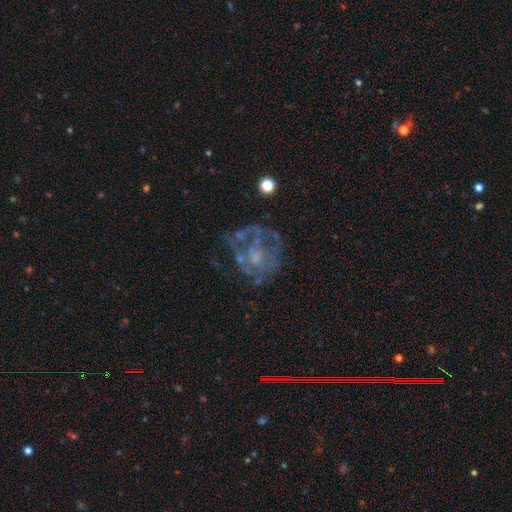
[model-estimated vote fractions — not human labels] Smooth or featured? Predicted: featured or disk (p=0.66). Edge-on disk? Predicted: no (p=0.98). Bar? Predicted: no (p=0.83). Spiral arms? Predicted: no (p=0.73). Bulge size? Predicted: small (p=0.34). Merging? Predicted: none (p=0.49).